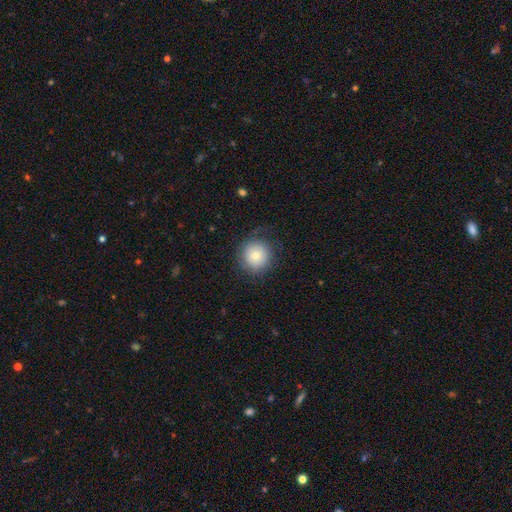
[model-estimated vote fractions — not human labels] Smooth or featured? smooth (76%)
How rounded? round (92%)
Merging? none (79%)